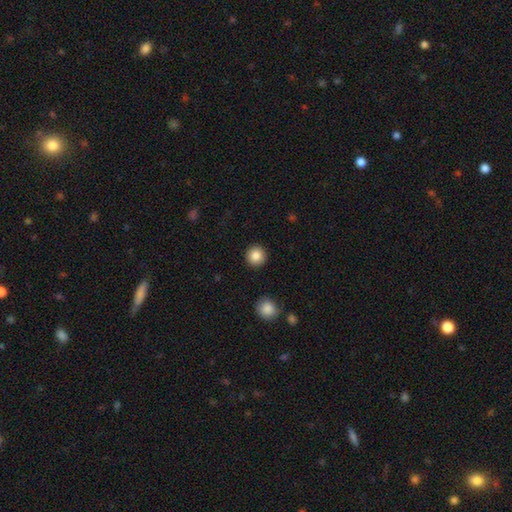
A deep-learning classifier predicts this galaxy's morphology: A smooth galaxy with no disk features (86%) that is round (95%).

Vote fractions:
- Smooth or featured? smooth: 86% / star or artifact: 9% / featured or disk: 5%
- How rounded? round: 95% / in between: 4% / cigar-shaped: 1%
- Merging? none: 92% / minor disturbance: 5% / major disturbance: 2% / merger: 1%